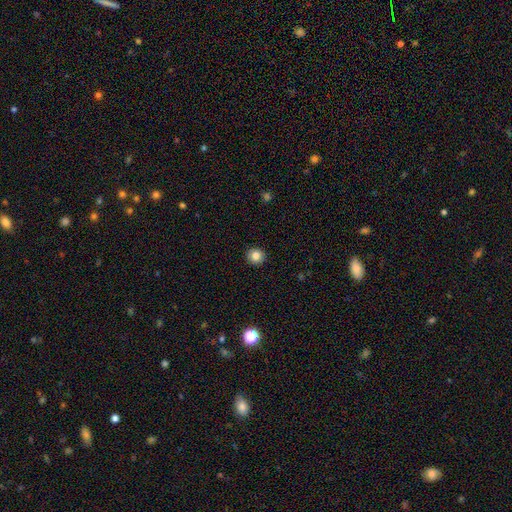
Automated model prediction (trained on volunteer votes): smooth_or_featured: smooth (p=0.82) [alt: star or artifact p=0.10]
how_rounded: round (p=0.90) [alt: in between p=0.09]
merging: none (p=0.92) [alt: minor disturbance p=0.06]